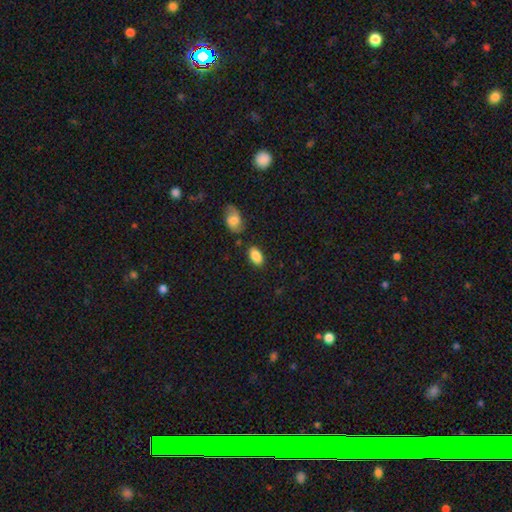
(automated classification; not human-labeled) Q: Smooth or featured?
A: smooth (87%); runner-up: star or artifact (7%)
Q: How rounded?
A: in between (93%); runner-up: round (5%)
Q: Merging?
A: none (80%); runner-up: minor disturbance (12%)